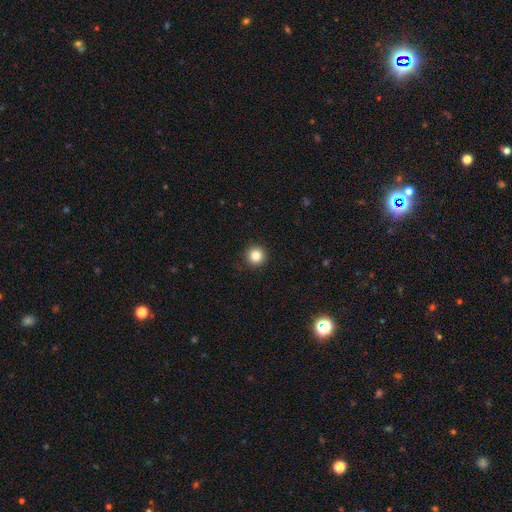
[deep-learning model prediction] A smooth galaxy with no disk features (86%) that is round (95%).

Vote fractions:
- Smooth or featured? smooth: 86% / star or artifact: 11% / featured or disk: 4%
- How rounded? round: 95% / in between: 4% / cigar-shaped: 1%
- Merging? none: 92% / minor disturbance: 5% / major disturbance: 2% / merger: 1%